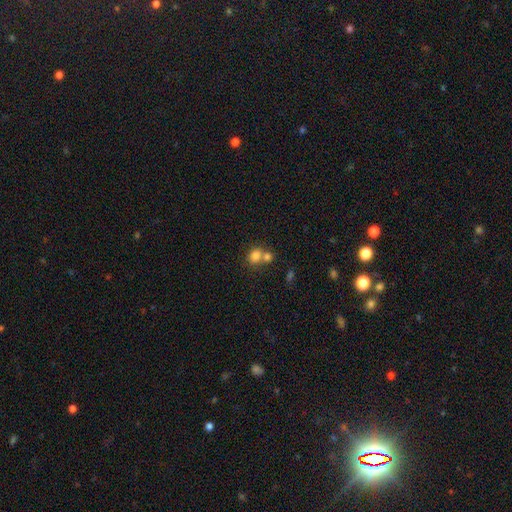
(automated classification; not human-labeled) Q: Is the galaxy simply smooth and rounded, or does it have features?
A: smooth — 79%.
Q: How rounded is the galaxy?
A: round — 62%.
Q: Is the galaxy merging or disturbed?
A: merger — 50%.